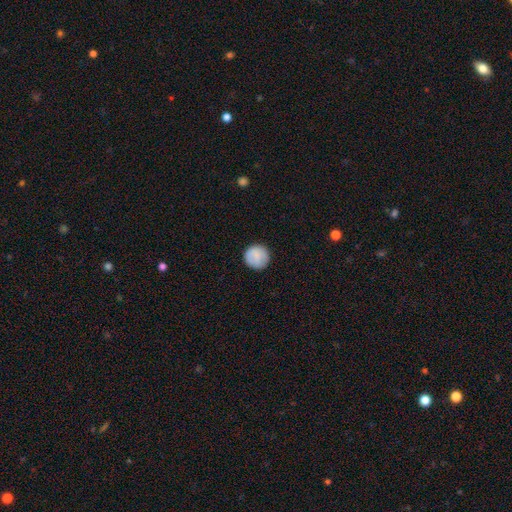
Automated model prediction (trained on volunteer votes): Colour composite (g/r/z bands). It shows a smooth galaxy with no disk features (84%) that is round (95%). Merging: none (89%).